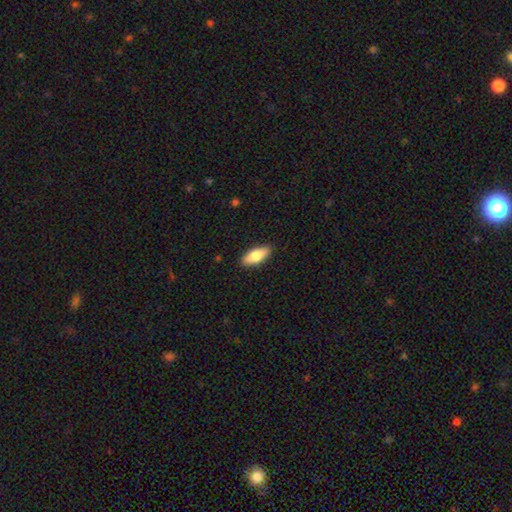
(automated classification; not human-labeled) Smooth or featured? Predicted: smooth (p=0.81). How rounded? Predicted: in between (p=0.76). Merging? Predicted: none (p=0.88).